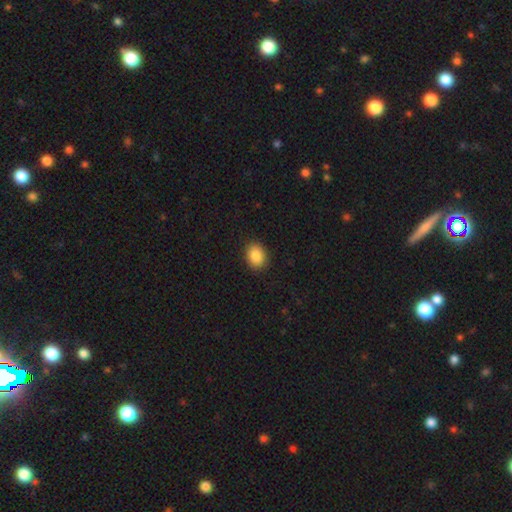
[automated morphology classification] smooth 88%, star or artifact 8%, featured or disk 4%. Down the decision tree: how rounded — in between (61%); merging — none (89%).